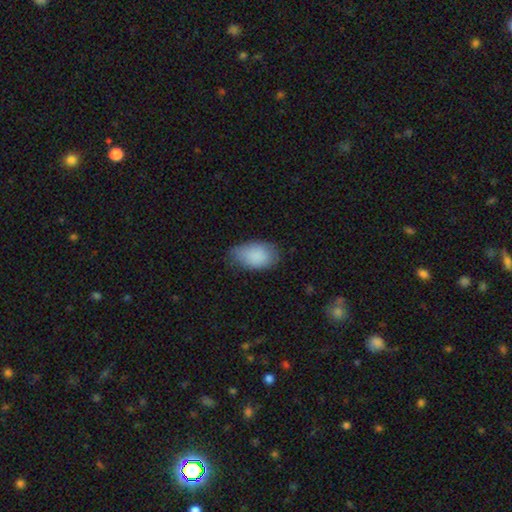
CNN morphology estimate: type=smooth (87%); roundness=in between (91%); merging=none (62%).